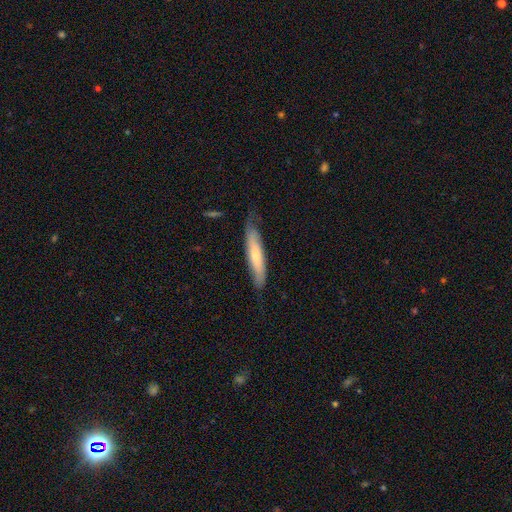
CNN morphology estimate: This appears to be a smooth galaxy with no disk features (58%) that is cigar-shaped (85%). Merging: none (69%).